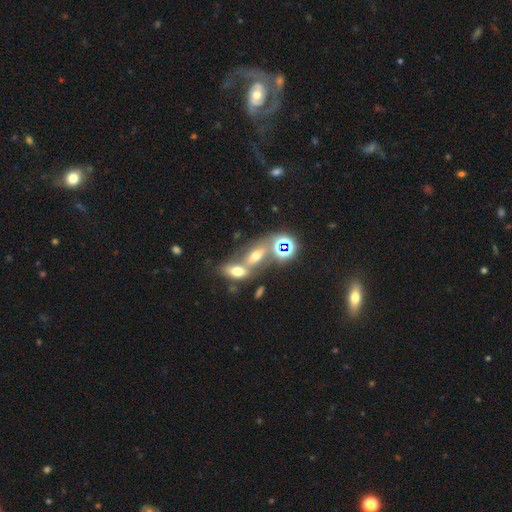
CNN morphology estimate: This is possibly a smooth galaxy (48%). Merging: possibly merger (53%).